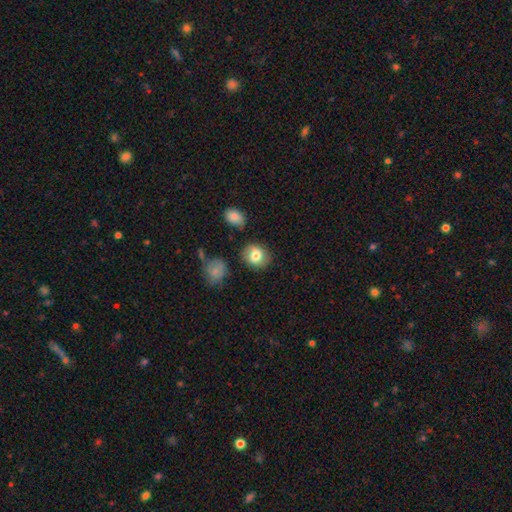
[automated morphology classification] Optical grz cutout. It shows a smooth galaxy with no disk features (79%) that is round (67%). Merging: none (77%).